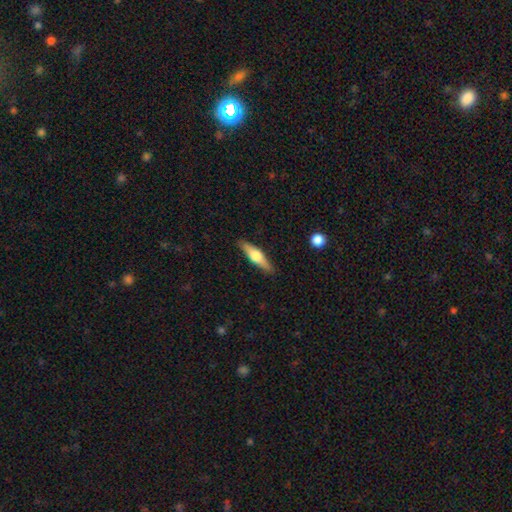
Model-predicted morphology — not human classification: Smooth or featured: featured or disk — 53% (smooth — 41%)
Edge-on disk: yes — 95% (no — 5%)
Edge-on bulge: rounded — 92% (boxy — 5%)
Merging: none — 89% (minor disturbance — 8%)